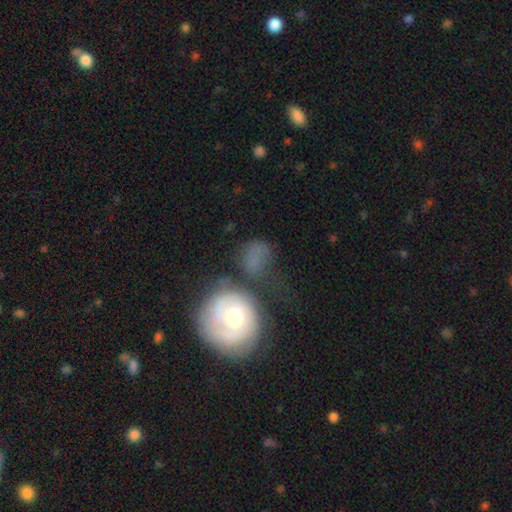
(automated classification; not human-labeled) The model was most divided on "merging": none: 37%, major disturbance: 23%, merger: 21%, minor disturbance: 19%. More confident: smooth or featured — smooth (63%); how rounded — round (62%).